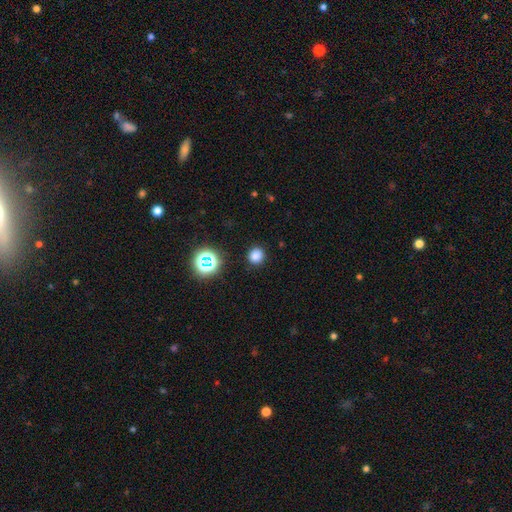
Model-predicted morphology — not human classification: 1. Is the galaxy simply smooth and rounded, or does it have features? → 78% smooth, 18% star or artifact, 4% featured or disk.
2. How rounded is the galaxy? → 91% round, 8% in between, 1% cigar-shaped.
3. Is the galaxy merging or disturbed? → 90% none, 7% minor disturbance, 2% major disturbance, 1% merger.